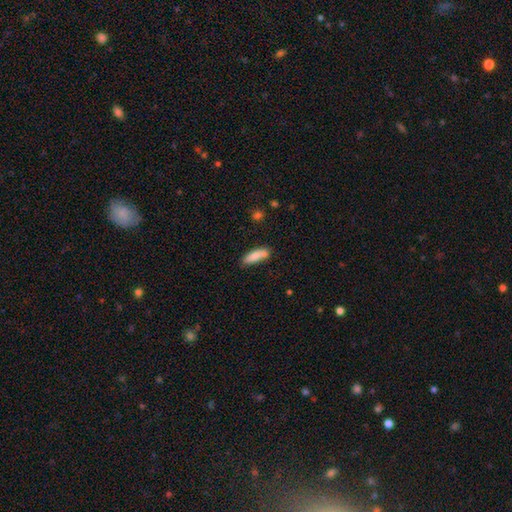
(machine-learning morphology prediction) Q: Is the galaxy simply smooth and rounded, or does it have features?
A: smooth — 82%.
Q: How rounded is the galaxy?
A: cigar-shaped — 51%.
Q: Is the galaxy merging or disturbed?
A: none — 68%.